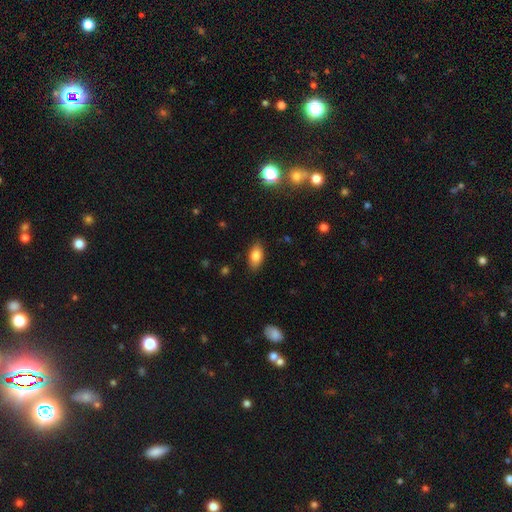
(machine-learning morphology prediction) A smooth galaxy with no disk features (82%) that is in between round and cigar-shaped (90%).

Vote fractions:
- Smooth or featured? smooth: 82% / featured or disk: 11% / star or artifact: 8%
- How rounded? in between: 90% / cigar-shaped: 6% / round: 4%
- Merging? none: 86% / minor disturbance: 11% / major disturbance: 2% / merger: 1%